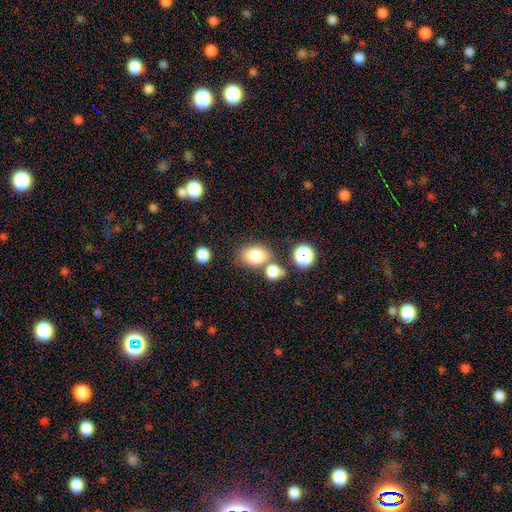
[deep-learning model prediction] Smooth or featured?
  - smooth: 80% *
  - star or artifact: 11%
  - featured or disk: 9%
How rounded?
  - in between: 74% *
  - round: 25%
  - cigar-shaped: 1%
Merging?
  - none: 65% *
  - merger: 17%
  - minor disturbance: 13%
  - major disturbance: 4%